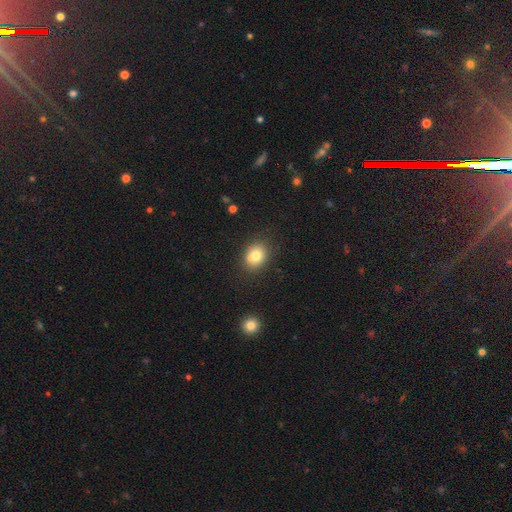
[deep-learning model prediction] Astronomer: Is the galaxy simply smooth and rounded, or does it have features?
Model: smooth — 79%.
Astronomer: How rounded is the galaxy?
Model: round — 56% (runner-up: in between, 43%).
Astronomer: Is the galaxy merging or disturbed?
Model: none — 80%.